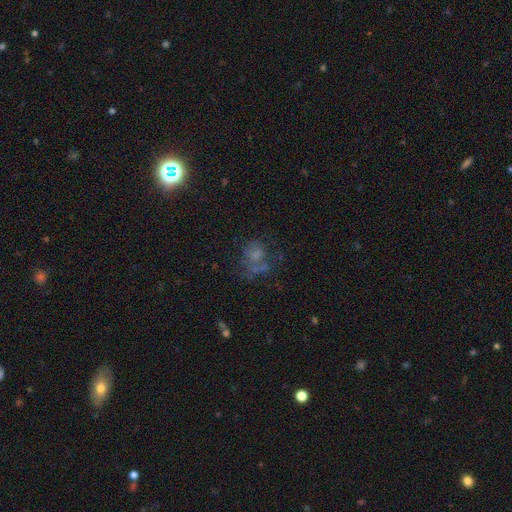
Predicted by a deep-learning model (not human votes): Smooth or featured? smooth (42%)
Merging? none (41%)